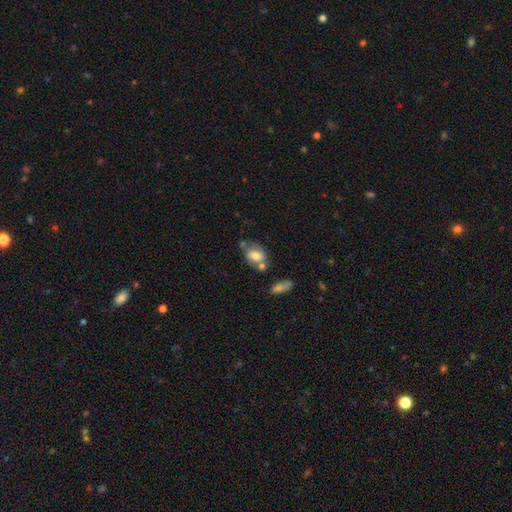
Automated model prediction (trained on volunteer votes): Smooth or featured: smooth — 70% (featured or disk — 22%)
How rounded: in between — 66% (round — 32%)
Merging: none — 47% (merger — 27%)